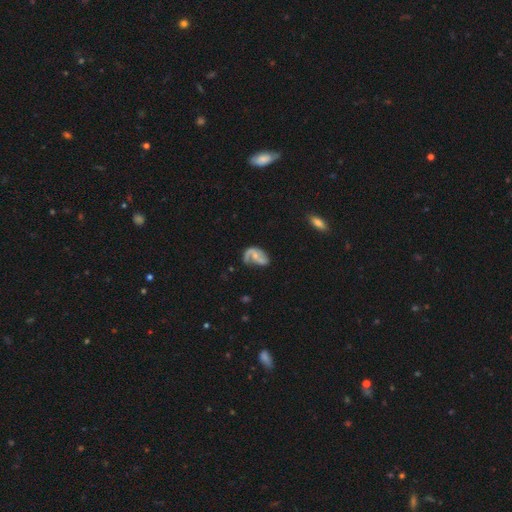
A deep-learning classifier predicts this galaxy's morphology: This is likely a featured or disk galaxy (76%). It is clearly not viewed edge-on (97%). Bar: possibly no (50%). Spiral arm pattern: clearly yes (89%). Spiral arm count: likely 2 (64%). Spiral winding: possibly loose (49%). Central bulge: possibly small (56%). Merging: marginally none (43%).